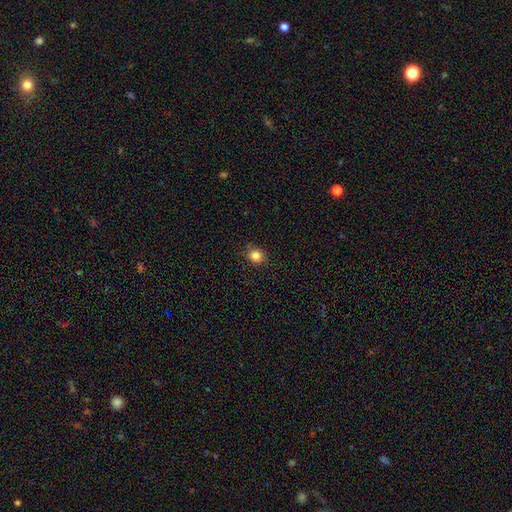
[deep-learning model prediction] Smooth or featured? smooth (83%)
How rounded? round (82%)
Merging? none (86%)